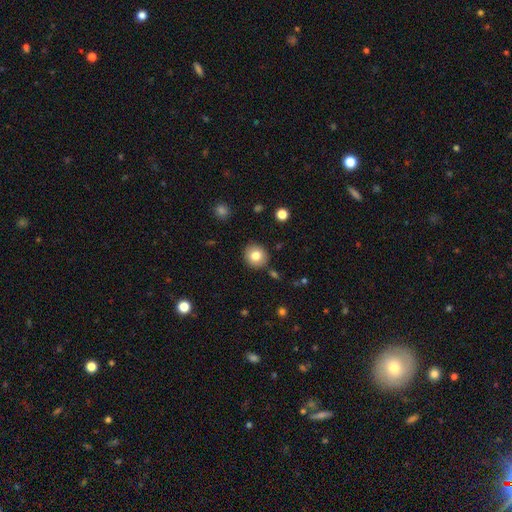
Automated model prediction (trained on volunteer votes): This appears to be a smooth galaxy with no disk features (80%) that is round (87%). Merging: none (88%).